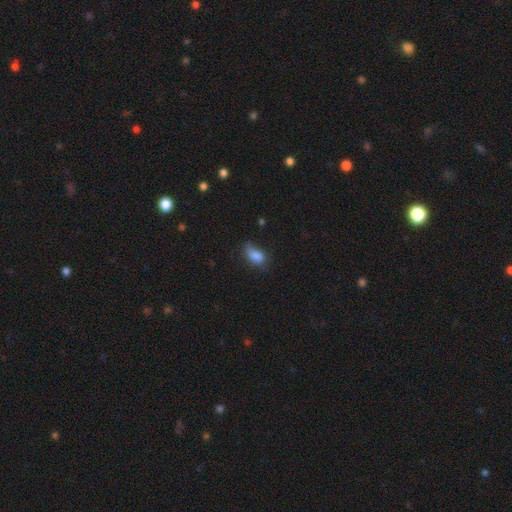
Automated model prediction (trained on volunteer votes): smooth_or_featured: smooth (p=0.83) [alt: star or artifact p=0.09]
how_rounded: in between (p=0.88) [alt: round p=0.07]
merging: none (p=0.46) [alt: minor disturbance p=0.36]